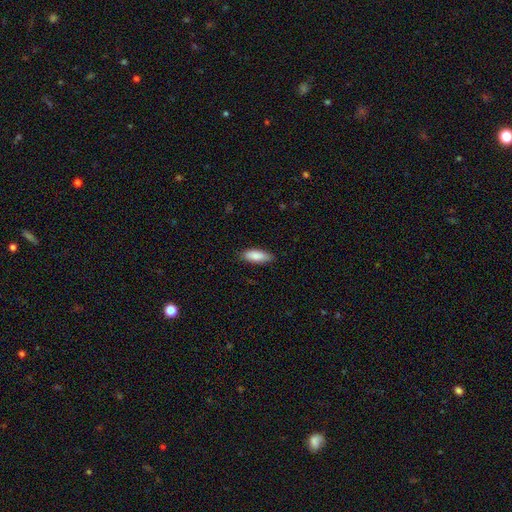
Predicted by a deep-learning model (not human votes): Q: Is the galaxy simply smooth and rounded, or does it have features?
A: smooth — 87%.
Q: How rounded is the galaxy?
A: in between — 73%.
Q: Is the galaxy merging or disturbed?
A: none — 82%.